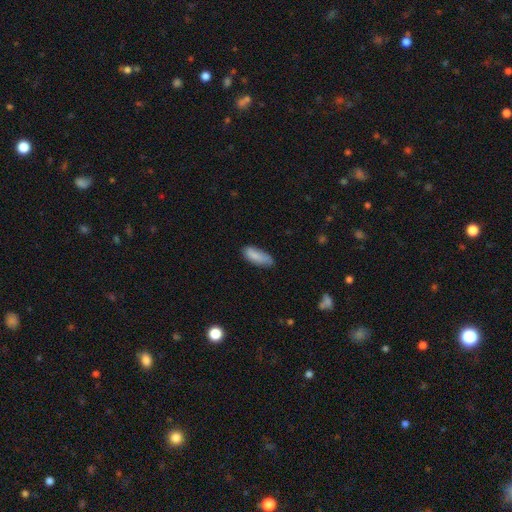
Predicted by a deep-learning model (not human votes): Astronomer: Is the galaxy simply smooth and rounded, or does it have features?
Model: smooth — 82%.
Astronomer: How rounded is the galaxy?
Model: in between — 74%.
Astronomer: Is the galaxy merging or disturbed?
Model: none — 60%.